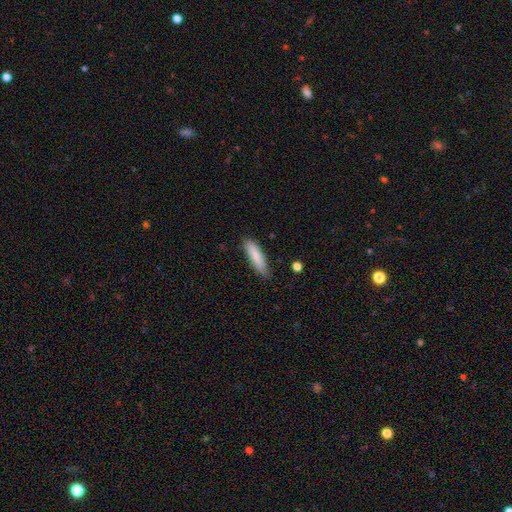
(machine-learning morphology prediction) A smooth galaxy with no disk features (84%) that is cigar-shaped (69%). Merging: none (79%).